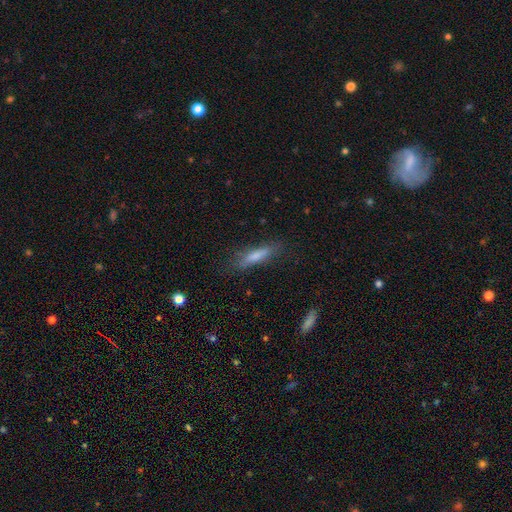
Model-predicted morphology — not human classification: A smooth galaxy with no disk features (66%) that is cigar-shaped (81%).

Vote fractions:
- Smooth or featured? smooth: 66% / featured or disk: 26% / star or artifact: 9%
- How rounded? cigar-shaped: 81% / in between: 17% / round: 2%
- Merging? none: 78% / minor disturbance: 16% / major disturbance: 5% / merger: 2%